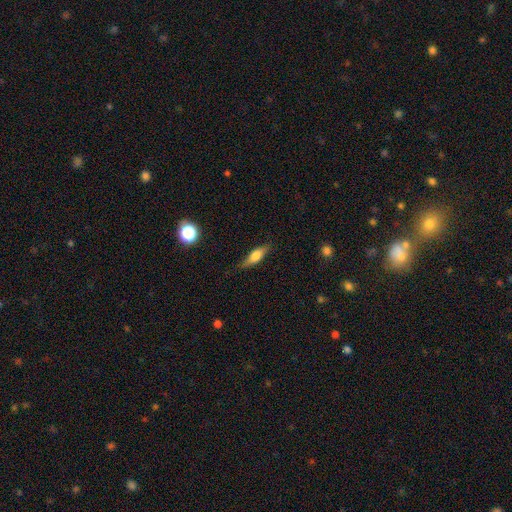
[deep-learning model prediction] Smooth or featured? Predicted: smooth (p=0.57). How rounded? Predicted: in between (p=0.49). Merging? Predicted: none (p=0.76).